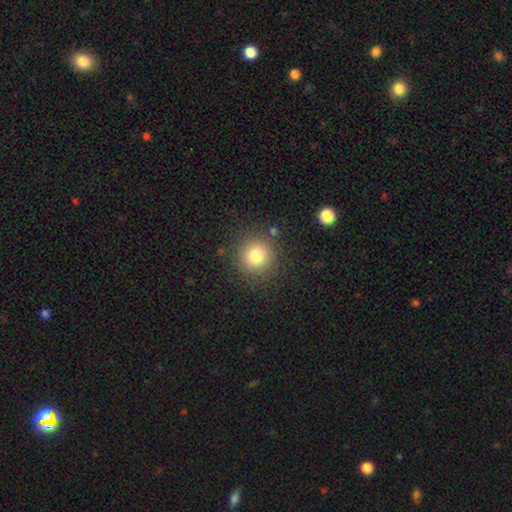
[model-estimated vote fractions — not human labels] Overall: smooth (81%). How rounded: round (93%). Merging: none (87%).